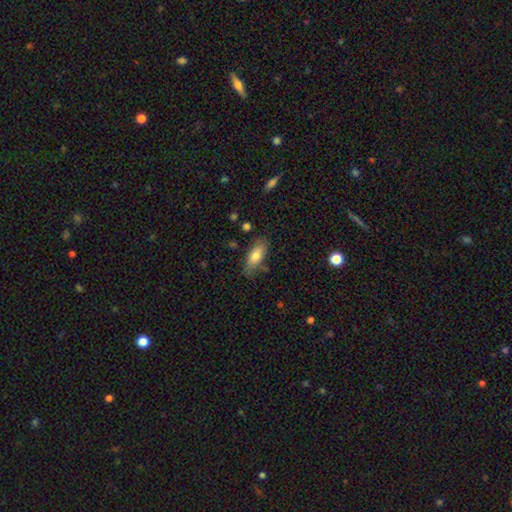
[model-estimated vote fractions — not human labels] Smooth or featured: smooth — 74% (featured or disk — 19%)
How rounded: in between — 81% (cigar-shaped — 16%)
Merging: none — 73% (minor disturbance — 20%)